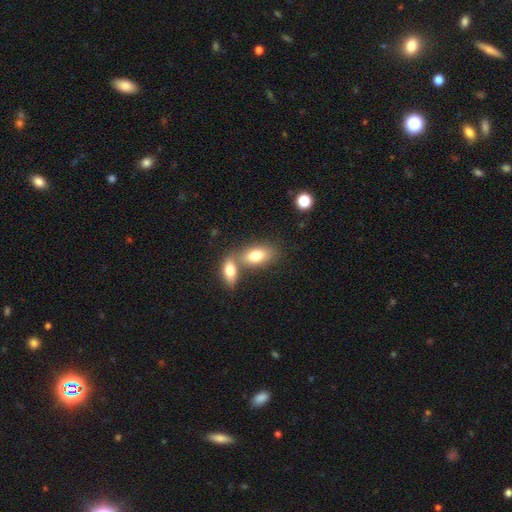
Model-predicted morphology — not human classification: This is likely a smooth galaxy (78%). How rounded: clearly in between (89%). Merging: possibly merger (52%).